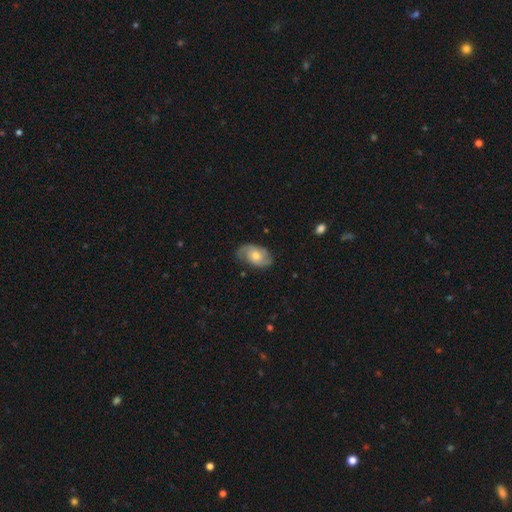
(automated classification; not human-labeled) Smooth or featured?
  - featured or disk: 62% *
  - smooth: 31%
  - star or artifact: 6%
Edge-on disk?
  - no: 95% *
  - yes: 5%
Bar?
  - no: 74% *
  - weak: 23%
  - strong: 3%
Spiral arms?
  - yes: 88% *
  - no: 12%
Spiral winding?
  - medium: 42% *
  - tight: 32%
  - loose: 26%
Spiral arm count?
  - 2: 71% *
  - can't tell: 14%
  - 1: 8%
  - 3: 4%
  - 4: 1%
  - more than 4: 1%
Bulge size?
  - moderate: 58% *
  - small: 34%
  - large: 5%
  - none: 2%
  - dominant: 1%
Merging?
  - none: 71% *
  - minor disturbance: 21%
  - major disturbance: 7%
  - merger: 1%